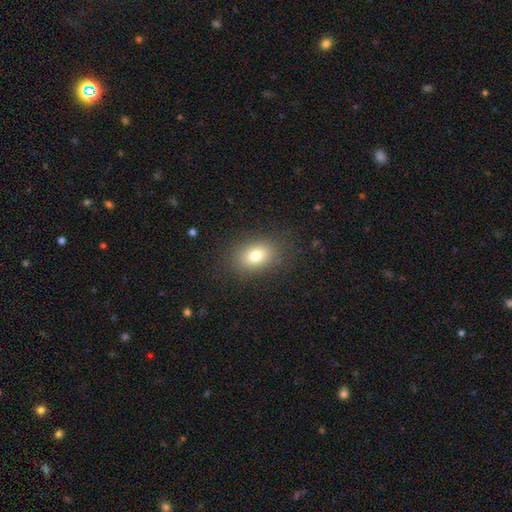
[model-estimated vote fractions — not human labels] A smooth galaxy with no disk features (78%) that is in between round and cigar-shaped (76%).

Vote fractions:
- Smooth or featured? smooth: 78% / featured or disk: 11% / star or artifact: 11%
- How rounded? in between: 76% / round: 23% / cigar-shaped: 1%
- Merging? none: 83% / minor disturbance: 11% / major disturbance: 5% / merger: 1%